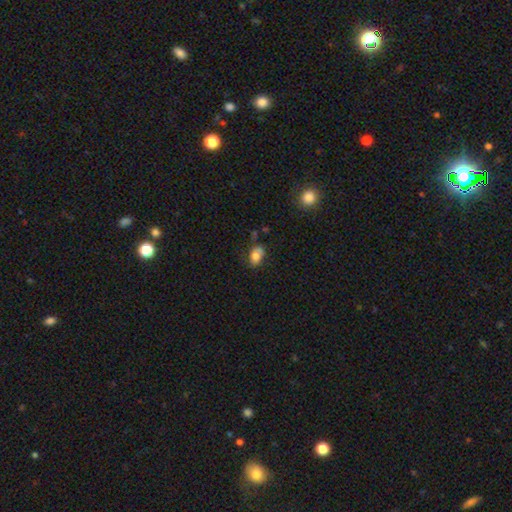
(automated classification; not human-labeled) Smooth or featured?
  - smooth: 78% *
  - featured or disk: 13%
  - star or artifact: 9%
How rounded?
  - in between: 85% *
  - round: 13%
  - cigar-shaped: 2%
Merging?
  - none: 64% *
  - minor disturbance: 25%
  - major disturbance: 6%
  - merger: 5%